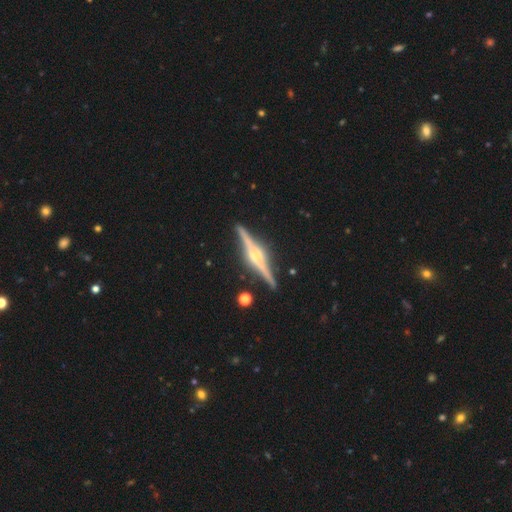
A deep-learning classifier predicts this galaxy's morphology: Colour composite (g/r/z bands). It shows a featured or disk galaxy (88%) viewed edge-on (98%) with a rounded central bulge (89%). Merging: none (90%).